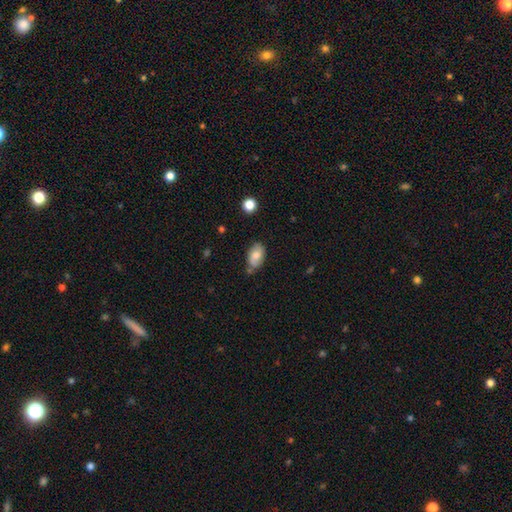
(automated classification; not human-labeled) smooth 74%, featured or disk 18%, star or artifact 8%. Down the decision tree: how rounded — in between (91%); merging — none (68%).